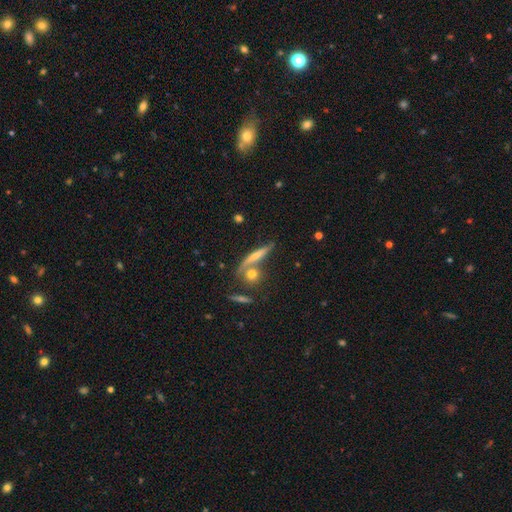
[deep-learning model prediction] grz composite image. It shows a smooth galaxy with no disk features (50%) that is cigar-shaped (81%). Merging: none (61%).